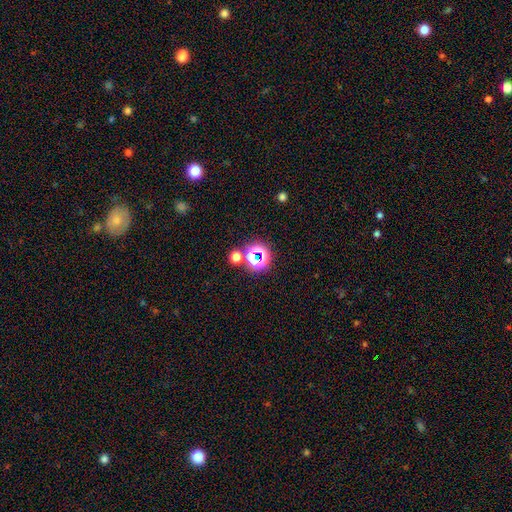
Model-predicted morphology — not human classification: star or artifact 52%, smooth 38%, featured or disk 10%.